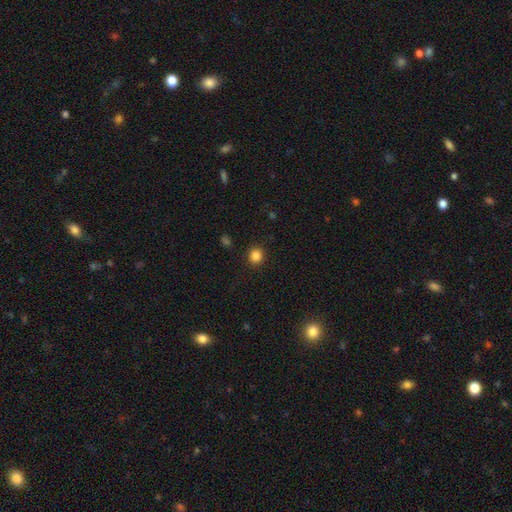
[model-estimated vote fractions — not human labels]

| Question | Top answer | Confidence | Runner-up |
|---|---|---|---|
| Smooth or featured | smooth | 85% | star or artifact (11%) |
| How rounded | round | 85% | in between (14%) |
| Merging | none | 91% | minor disturbance (6%) |